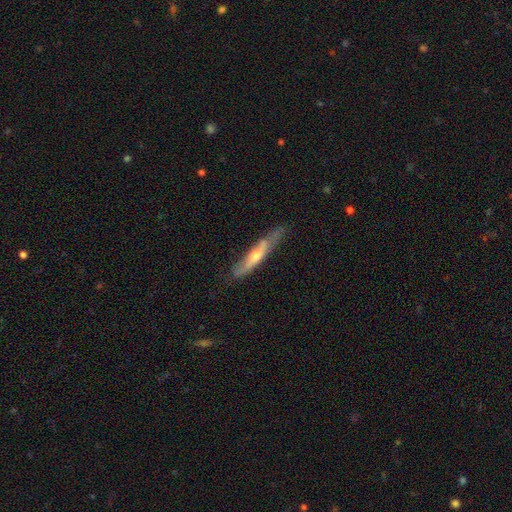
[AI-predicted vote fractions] A featured or disk galaxy (57%) viewed edge-on (79%).

Vote fractions:
- Smooth or featured? featured or disk: 57% / smooth: 37% / star or artifact: 6%
- Edge-on disk? yes: 79% / no: 21%
- Merging? none: 64% / minor disturbance: 26% / major disturbance: 7% / merger: 3%